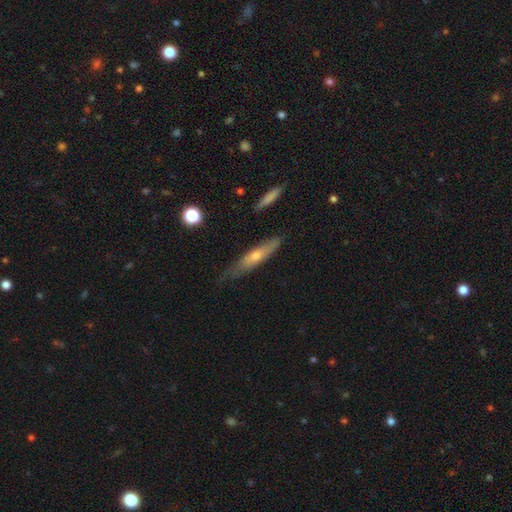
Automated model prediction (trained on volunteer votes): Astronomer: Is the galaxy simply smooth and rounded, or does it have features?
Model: smooth — 49% (runner-up: featured or disk, 45%).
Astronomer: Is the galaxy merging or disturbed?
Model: none — 64%.